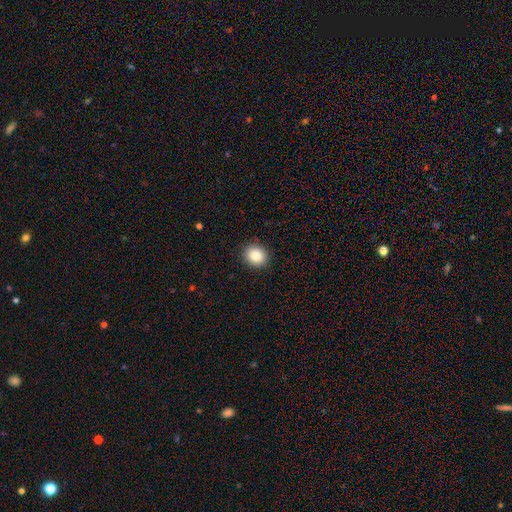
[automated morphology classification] The model was most divided on "how rounded": round: 71%, in between: 28%, cigar-shaped: 1%. More confident: merging — none (90%); smooth or featured — smooth (86%).